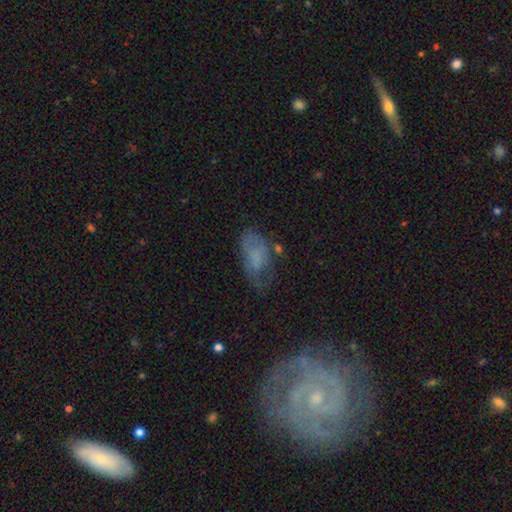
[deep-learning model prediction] Smooth or featured? smooth (59%)
How rounded? in between (90%)
Merging? none (42%)